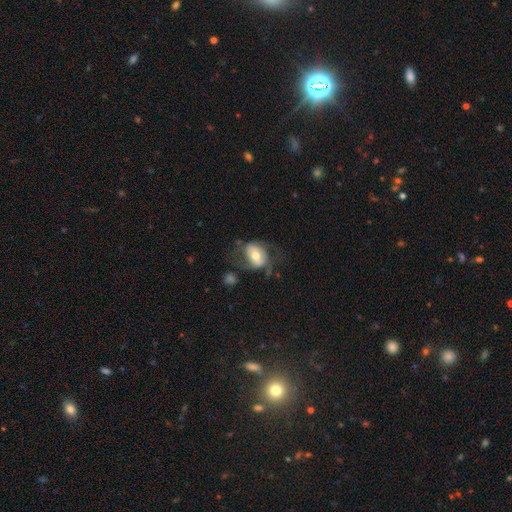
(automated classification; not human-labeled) Overall: featured or disk (50%; smooth 43%). Merging: none (49%; major disturbance 26%).